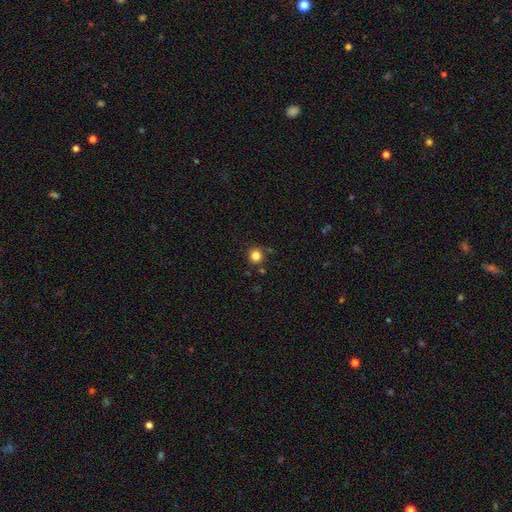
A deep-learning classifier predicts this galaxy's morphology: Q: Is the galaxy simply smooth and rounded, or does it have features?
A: smooth — 83%.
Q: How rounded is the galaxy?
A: round — 91%.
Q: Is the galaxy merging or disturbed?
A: none — 84%.